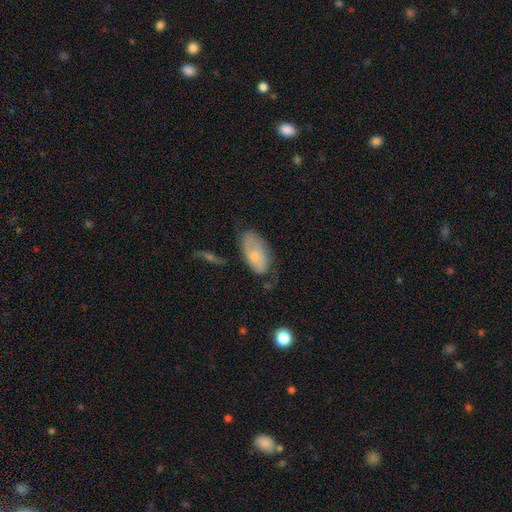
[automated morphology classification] The model was most divided on "merging": none: 53%, minor disturbance: 32%, major disturbance: 12%, merger: 4%. More confident: how rounded — in between (93%); smooth or featured — smooth (66%).